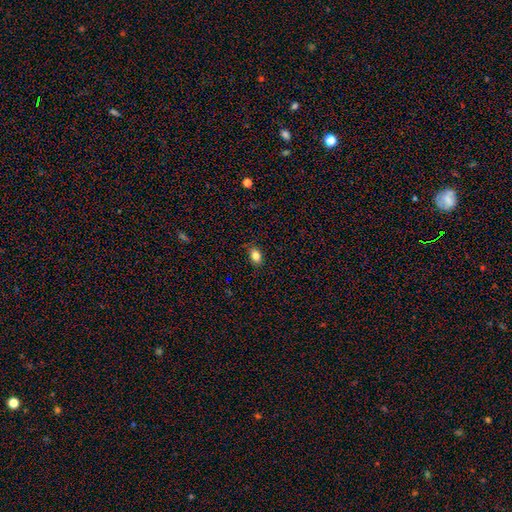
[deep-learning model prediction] This appears to be a smooth galaxy with no disk features (83%) that is in between round and cigar-shaped (81%). Merging: none (84%).